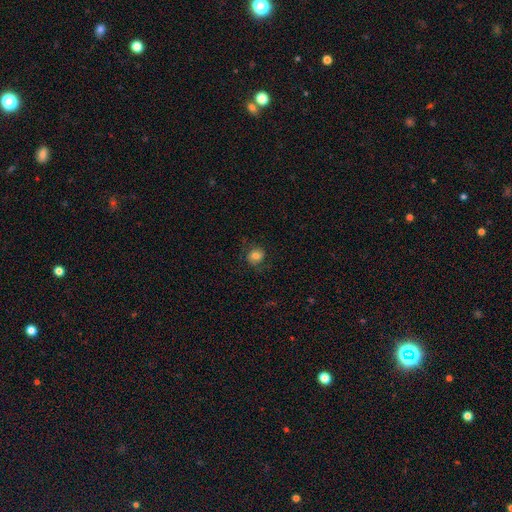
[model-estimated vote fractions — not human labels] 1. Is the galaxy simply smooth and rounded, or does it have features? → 69% smooth, 21% featured or disk, 10% star or artifact.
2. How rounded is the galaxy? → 76% round, 23% in between, 1% cigar-shaped.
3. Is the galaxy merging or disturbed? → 74% none, 16% minor disturbance, 9% major disturbance, 1% merger.